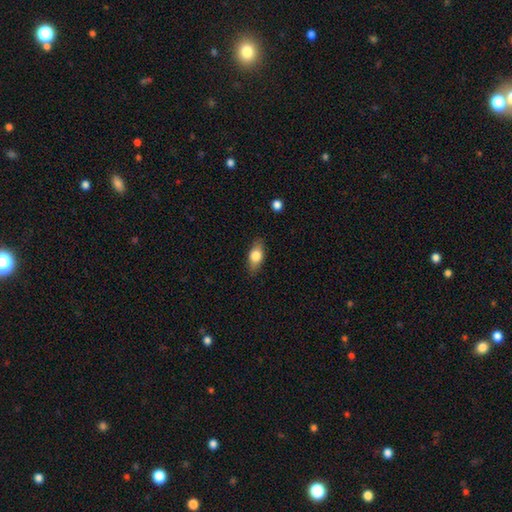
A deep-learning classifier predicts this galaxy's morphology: Q: Smooth or featured?
A: smooth (74%); runner-up: featured or disk (18%)
Q: How rounded?
A: in between (82%); runner-up: cigar-shaped (10%)
Q: Merging?
A: none (85%); runner-up: minor disturbance (11%)